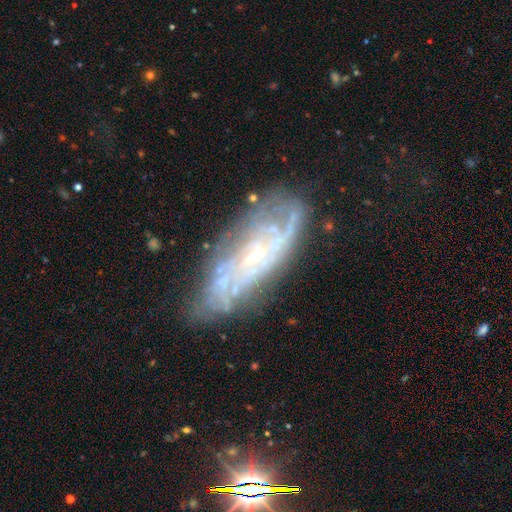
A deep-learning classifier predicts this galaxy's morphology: This is likely a featured or disk galaxy (77%). It is clearly not viewed edge-on (81%). Bar: likely no (67%). Spiral arm pattern: likely yes (79%). Central bulge: likely small (74%). Merging: likely none (68%).